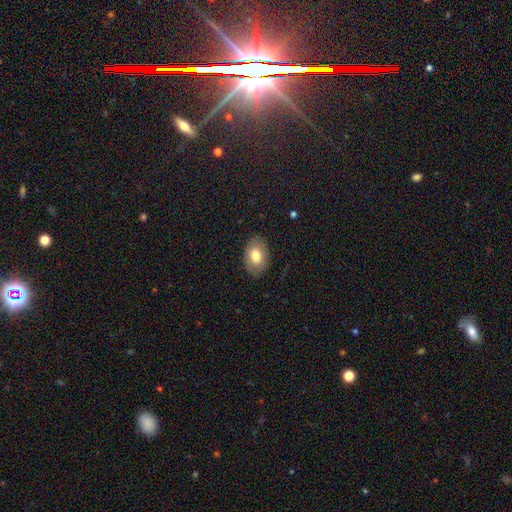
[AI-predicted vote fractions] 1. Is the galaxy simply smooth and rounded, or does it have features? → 77% smooth, 16% featured or disk, 8% star or artifact.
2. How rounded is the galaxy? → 84% in between, 15% round, 1% cigar-shaped.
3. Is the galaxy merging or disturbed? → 85% none, 11% minor disturbance, 3% major disturbance, 1% merger.